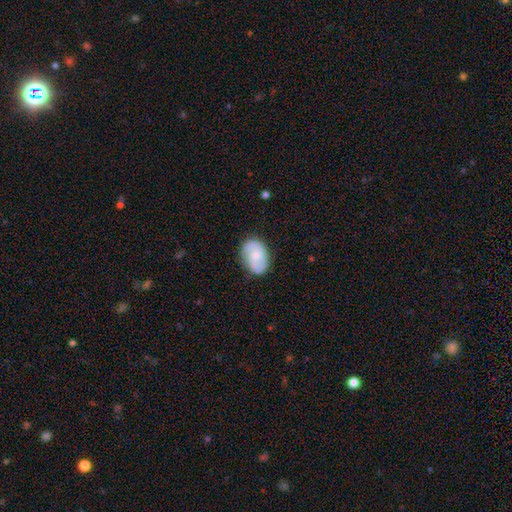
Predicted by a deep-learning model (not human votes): smooth_or_featured: featured or disk (p=0.48) [alt: smooth p=0.45]
merging: none (p=0.76) [alt: minor disturbance p=0.18]